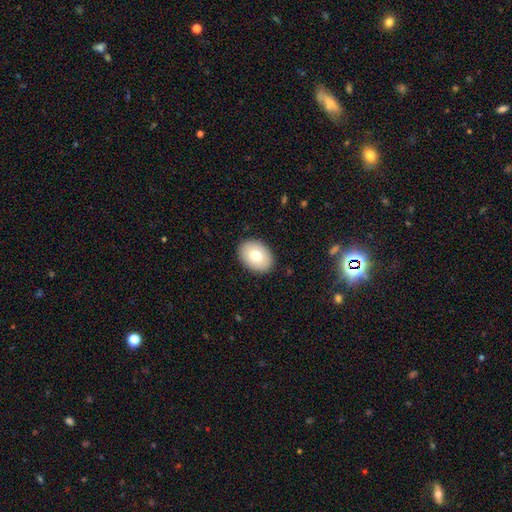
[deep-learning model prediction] A smooth galaxy with no disk features (74%) that is in between round and cigar-shaped (73%). Merging: none (89%).